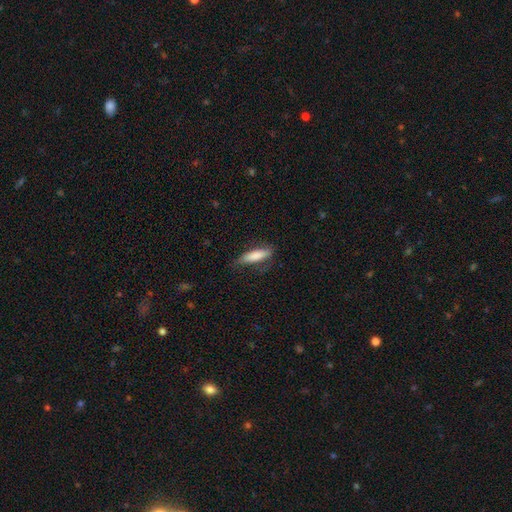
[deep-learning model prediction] Morphology: type=smooth (76%); roundness=cigar-shaped (65%); merging=none (68%).